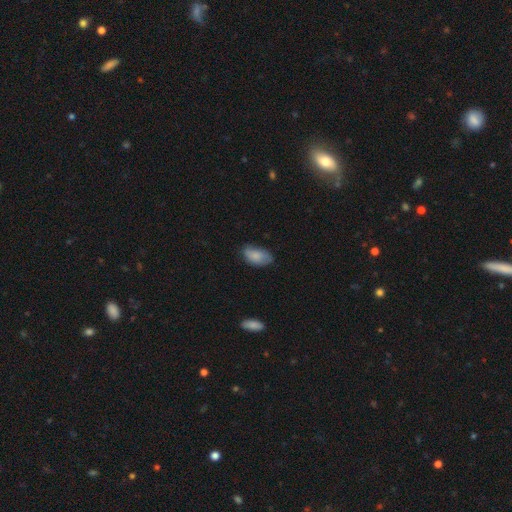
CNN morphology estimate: smooth_or_featured: smooth (p=0.78) [alt: featured or disk p=0.15]
how_rounded: in between (p=0.93) [alt: round p=0.04]
merging: none (p=0.61) [alt: minor disturbance p=0.30]